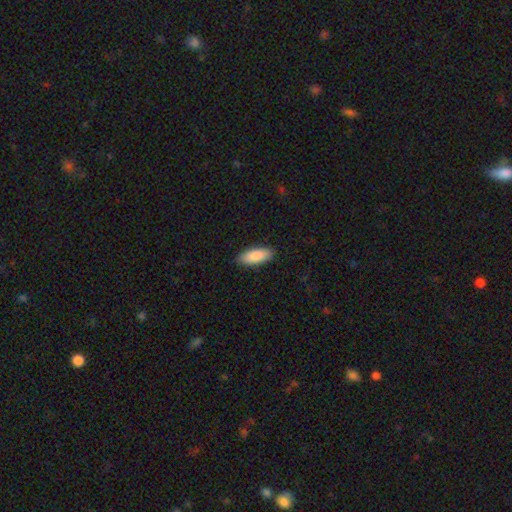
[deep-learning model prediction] smooth_or_featured: smooth (p=0.88) [alt: featured or disk p=0.07]
how_rounded: in between (p=0.74) [alt: cigar-shaped p=0.24]
merging: none (p=0.89) [alt: minor disturbance p=0.09]